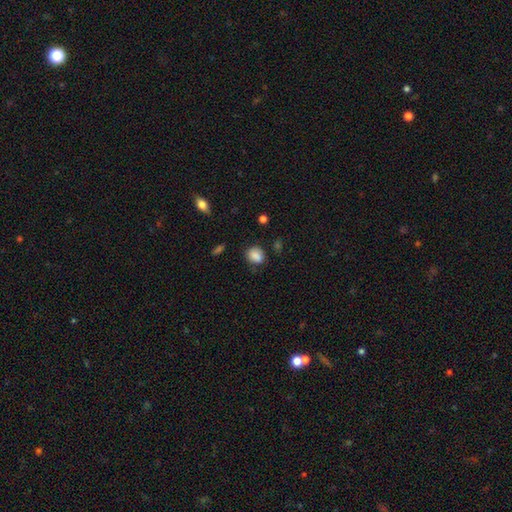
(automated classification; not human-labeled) Smooth or featured? smooth (85%)
How rounded? round (57%)
Merging? none (71%)